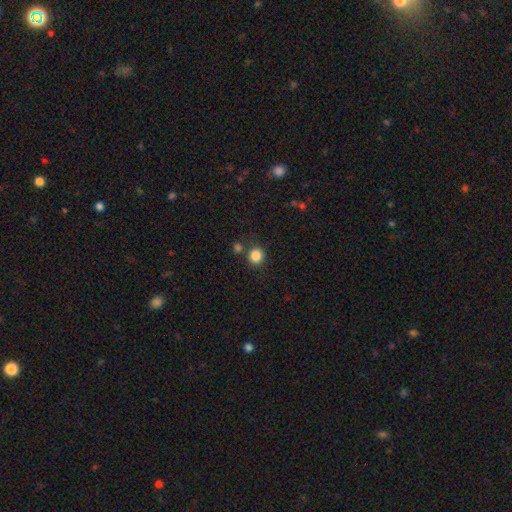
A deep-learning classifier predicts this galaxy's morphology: smooth-or-featured: smooth: 85% | star or artifact: 11% | featured or disk: 4%
  how-rounded: round: 90% | in between: 9% | cigar-shaped: 1%
  merging: none: 78% | merger: 10% | minor disturbance: 8% | major disturbance: 3%